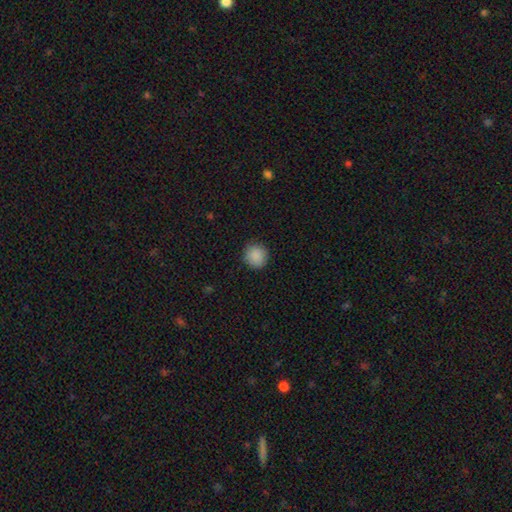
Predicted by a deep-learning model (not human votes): Smooth or featured? Predicted: smooth (p=0.89). How rounded? Predicted: round (p=0.93). Merging? Predicted: none (p=0.91).